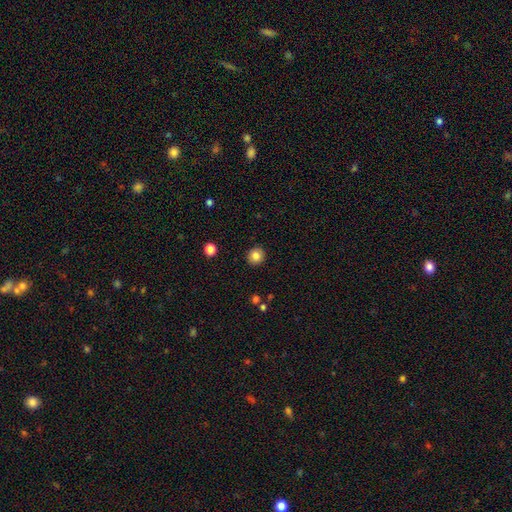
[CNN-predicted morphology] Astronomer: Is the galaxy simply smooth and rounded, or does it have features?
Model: smooth — 83%.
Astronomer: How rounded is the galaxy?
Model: round — 89%.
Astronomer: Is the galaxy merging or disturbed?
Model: none — 91%.